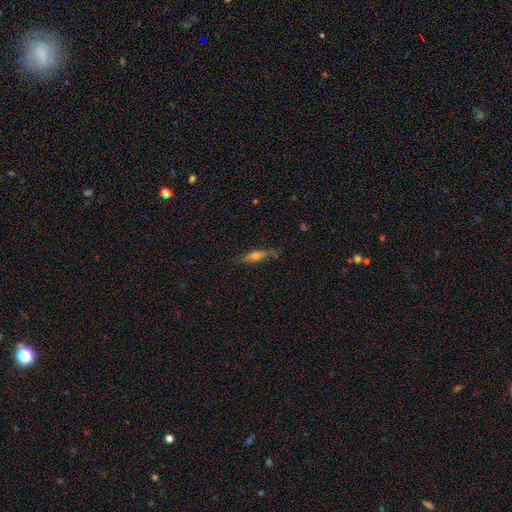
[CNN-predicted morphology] A featured or disk galaxy (56%) viewed edge-on (89%). Merging: none (74%).